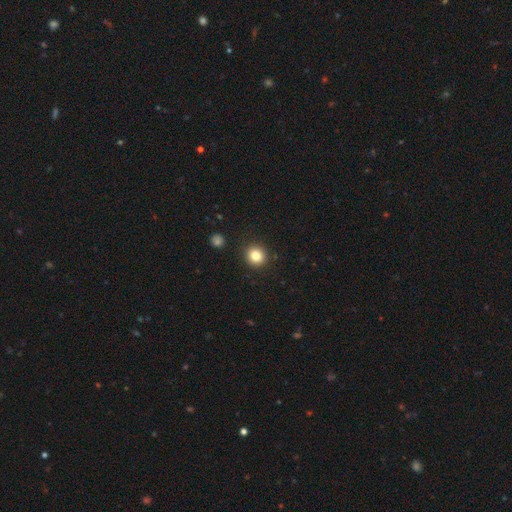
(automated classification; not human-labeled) This appears to be a smooth galaxy with no disk features (84%) that is round (88%). Merging: none (90%).